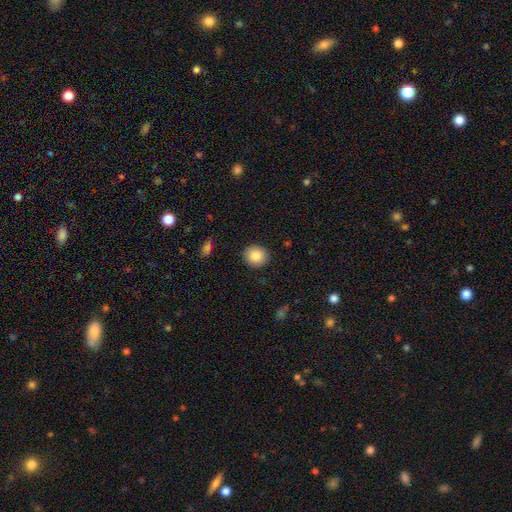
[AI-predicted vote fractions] Q: Smooth or featured?
A: smooth (85%); runner-up: star or artifact (9%)
Q: How rounded?
A: round (82%); runner-up: in between (17%)
Q: Merging?
A: none (91%); runner-up: minor disturbance (6%)